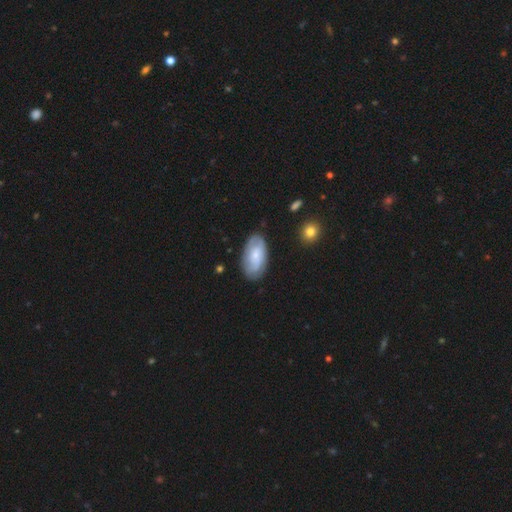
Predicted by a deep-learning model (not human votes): Smooth or featured: smooth — 51% (featured or disk — 43%)
How rounded: in between — 93% (round — 3%)
Merging: none — 77% (minor disturbance — 17%)